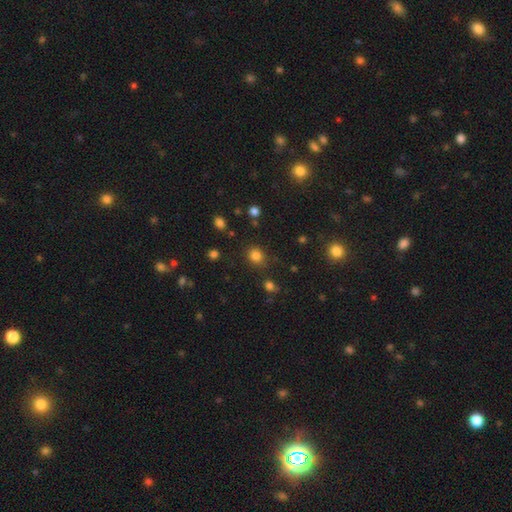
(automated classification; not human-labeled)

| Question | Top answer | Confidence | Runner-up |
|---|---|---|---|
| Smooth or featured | smooth | 80% | star or artifact (15%) |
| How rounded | round | 79% | in between (20%) |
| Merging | none | 80% | minor disturbance (12%) |